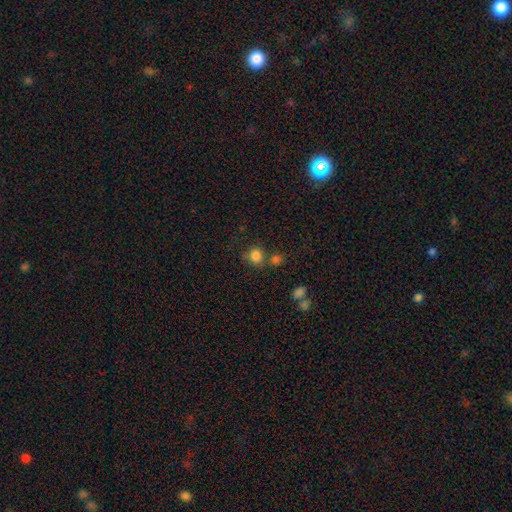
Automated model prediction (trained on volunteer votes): Smooth or featured?
  - smooth: 82% *
  - star or artifact: 12%
  - featured or disk: 6%
How rounded?
  - round: 82% *
  - in between: 17%
  - cigar-shaped: 1%
Merging?
  - none: 62% *
  - merger: 19%
  - minor disturbance: 13%
  - major disturbance: 5%